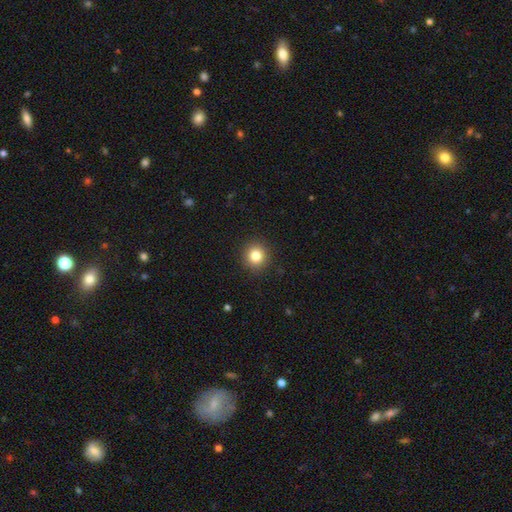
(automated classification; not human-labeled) smooth_or_featured: smooth (p=0.83) [alt: star or artifact p=0.11]
how_rounded: round (p=0.93) [alt: in between p=0.06]
merging: none (p=0.92) [alt: minor disturbance p=0.05]